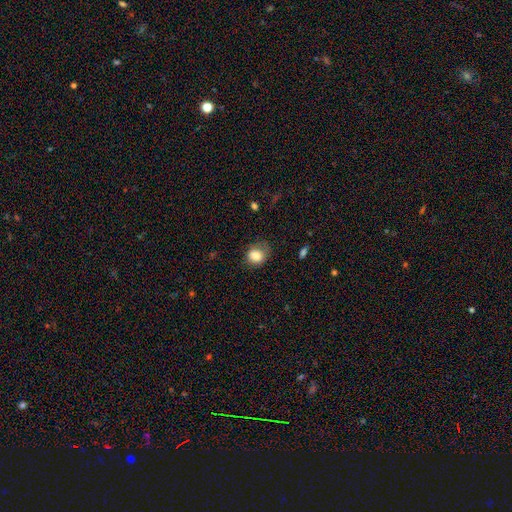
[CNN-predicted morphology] type=smooth (83%); roundness=round (61%); merging=none (58%).